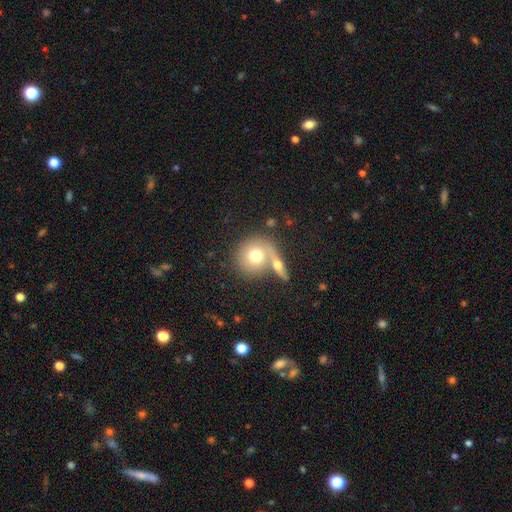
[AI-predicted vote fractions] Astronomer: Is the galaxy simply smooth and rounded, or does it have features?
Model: smooth — 68%.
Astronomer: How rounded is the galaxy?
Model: round — 86%.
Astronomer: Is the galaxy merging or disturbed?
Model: none — 46% (runner-up: merger, 39%).